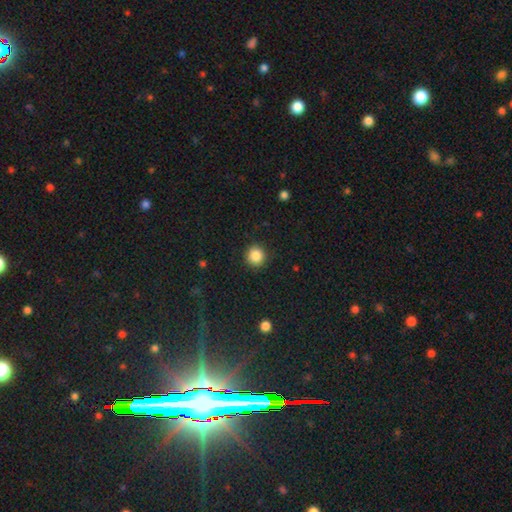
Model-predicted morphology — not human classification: Q: Smooth or featured?
A: smooth (86%); runner-up: star or artifact (10%)
Q: How rounded?
A: round (93%); runner-up: in between (6%)
Q: Merging?
A: none (91%); runner-up: minor disturbance (6%)